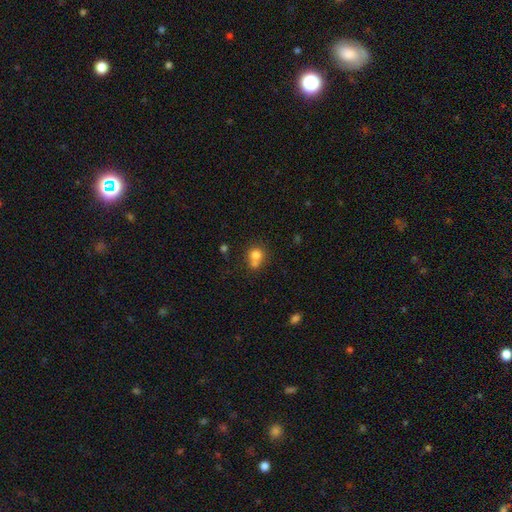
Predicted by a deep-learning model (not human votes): This is likely a smooth galaxy (77%). How rounded: clearly round (82%). Merging: possibly merger (45%).